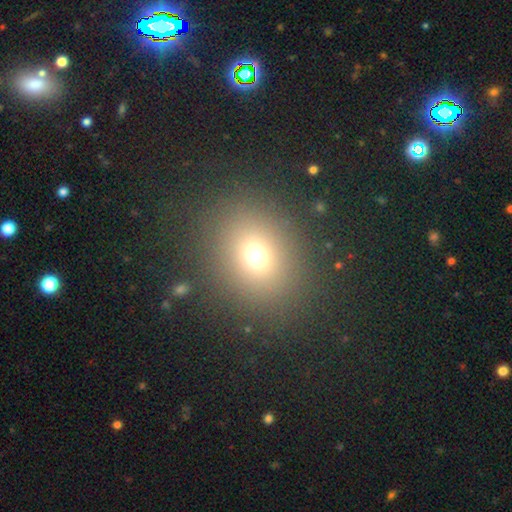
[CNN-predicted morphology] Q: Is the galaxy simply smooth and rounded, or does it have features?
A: smooth — 70%.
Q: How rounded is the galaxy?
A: round — 58%.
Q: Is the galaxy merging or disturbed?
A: none — 85%.